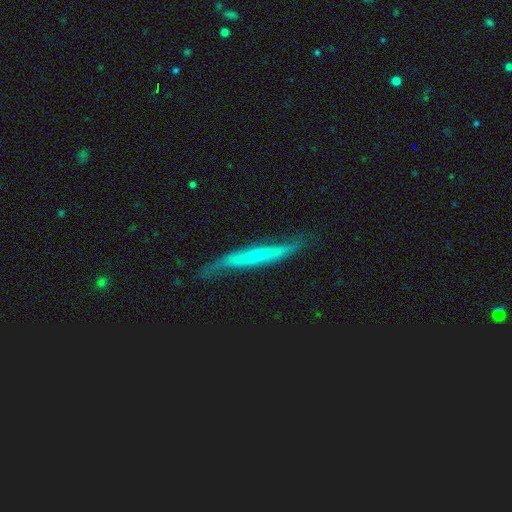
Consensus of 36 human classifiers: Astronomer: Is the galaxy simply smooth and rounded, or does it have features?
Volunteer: featured or disk — 67%.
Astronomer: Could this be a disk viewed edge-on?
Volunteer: yes — 79%.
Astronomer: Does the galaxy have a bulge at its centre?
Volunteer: rounded — 63%.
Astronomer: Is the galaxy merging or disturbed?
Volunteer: none — 64%.